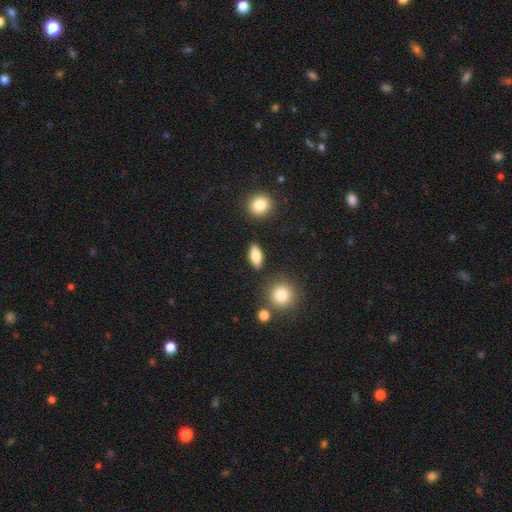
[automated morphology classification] Smooth or featured?
  - smooth: 80% *
  - featured or disk: 13%
  - star or artifact: 7%
How rounded?
  - in between: 78% *
  - cigar-shaped: 14%
  - round: 8%
Merging?
  - none: 87% *
  - minor disturbance: 8%
  - merger: 3%
  - major disturbance: 2%